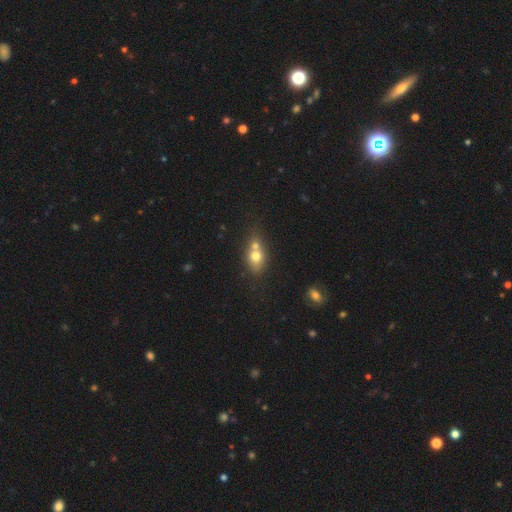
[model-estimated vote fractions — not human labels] Smooth or featured?
  - smooth: 68% *
  - featured or disk: 21%
  - star or artifact: 10%
How rounded?
  - in between: 59% *
  - round: 36%
  - cigar-shaped: 4%
Merging?
  - merger: 55% *
  - none: 32%
  - minor disturbance: 9%
  - major disturbance: 4%